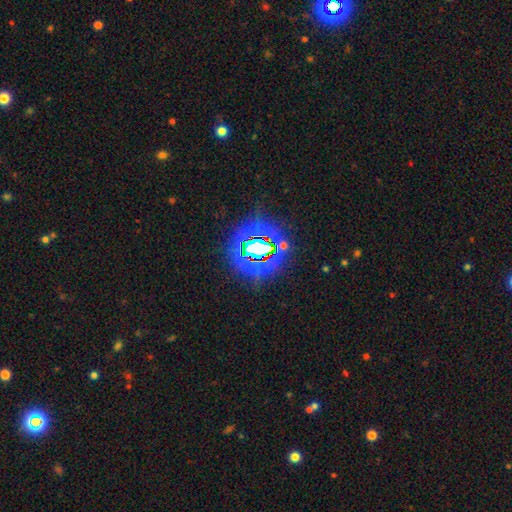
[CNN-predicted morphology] This is clearly a star or artifact rather than a galaxy (84%).